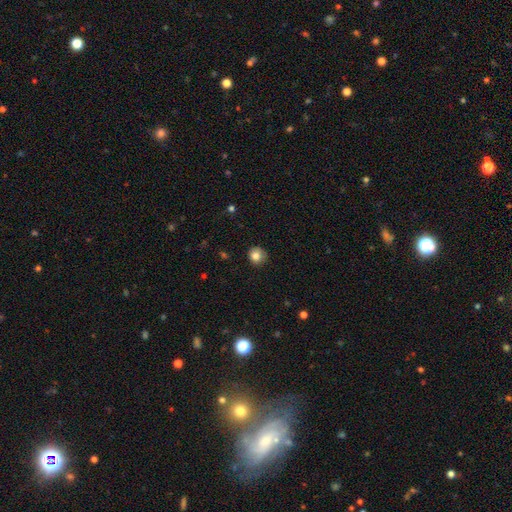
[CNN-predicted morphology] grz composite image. It shows a smooth galaxy with no disk features (83%) that is round (90%). Merging: none (83%).